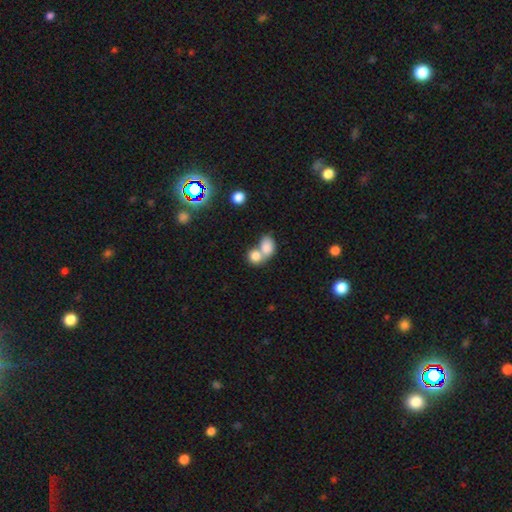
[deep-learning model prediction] Smooth or featured? smooth (80%)
How rounded? round (53%)
Merging? merger (67%)